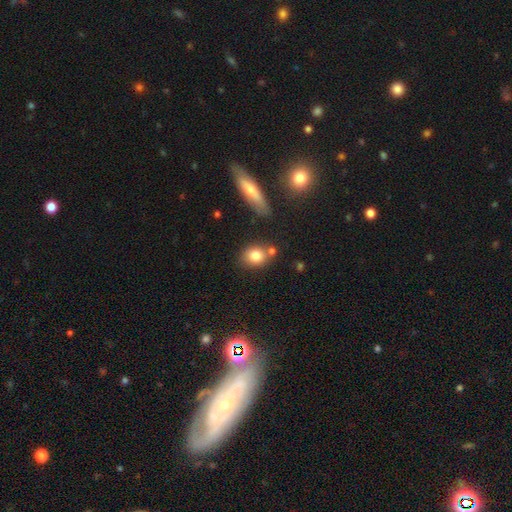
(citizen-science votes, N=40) A smooth galaxy with no disk features (75%) that is round (60%). Merging: none (47%).